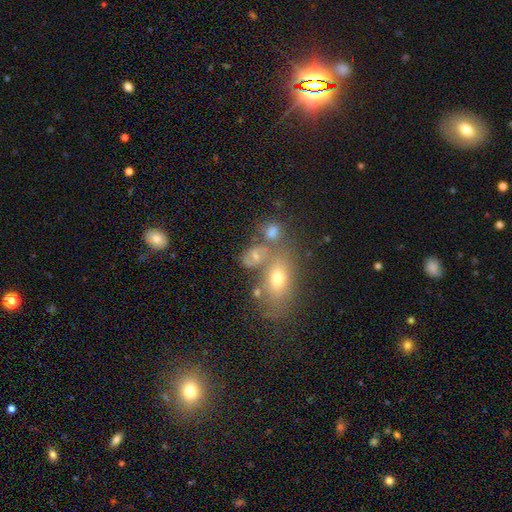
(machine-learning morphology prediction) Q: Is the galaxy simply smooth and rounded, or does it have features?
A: smooth — 53%.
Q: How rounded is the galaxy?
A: in between — 67%.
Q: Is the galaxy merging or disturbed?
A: none — 39%.